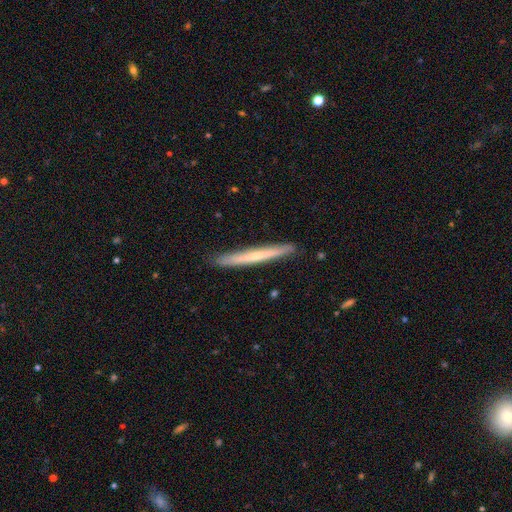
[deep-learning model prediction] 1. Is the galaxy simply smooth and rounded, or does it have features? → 52% featured or disk, 42% smooth, 6% star or artifact.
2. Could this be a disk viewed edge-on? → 96% yes, 4% no.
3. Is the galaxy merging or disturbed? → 90% none, 7% minor disturbance, 1% major disturbance, 1% merger.